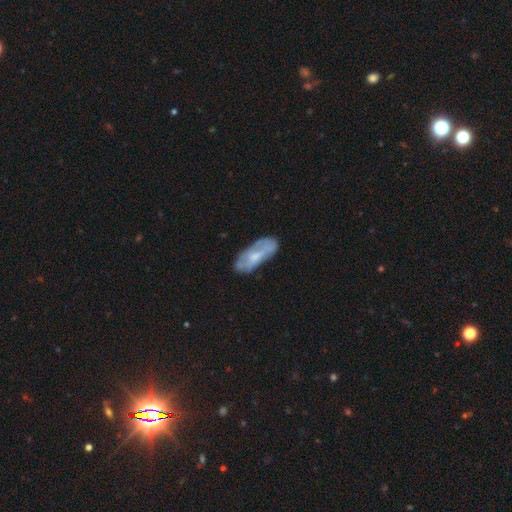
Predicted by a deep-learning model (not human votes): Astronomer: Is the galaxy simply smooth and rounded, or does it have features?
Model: featured or disk — 48% (runner-up: smooth, 45%).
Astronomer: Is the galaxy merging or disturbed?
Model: none — 65%.